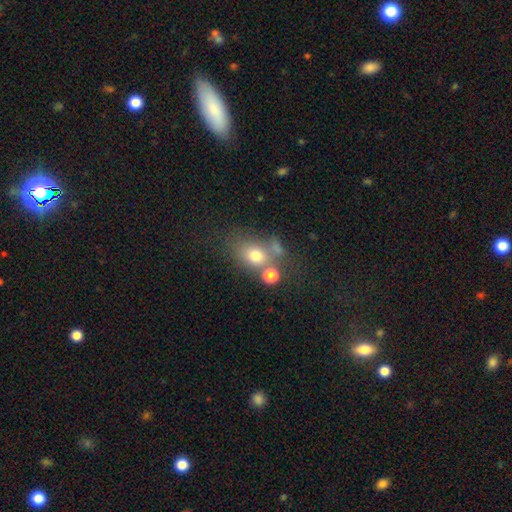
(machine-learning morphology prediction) This appears to be a smooth galaxy with no disk features (70%) that is round (50%). Merging: none (47%).